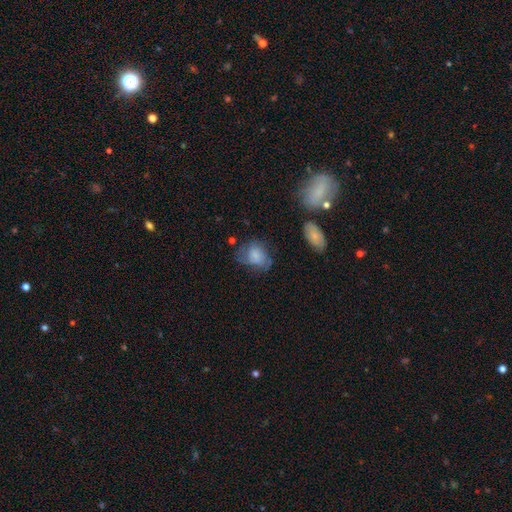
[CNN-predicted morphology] A smooth galaxy with no disk features (62%) that is in between round and cigar-shaped (57%).

Vote fractions:
- Smooth or featured? smooth: 62% / featured or disk: 29% / star or artifact: 9%
- How rounded? in between: 57% / round: 41% / cigar-shaped: 1%
- Merging? none: 44% / minor disturbance: 29% / major disturbance: 24% / merger: 4%